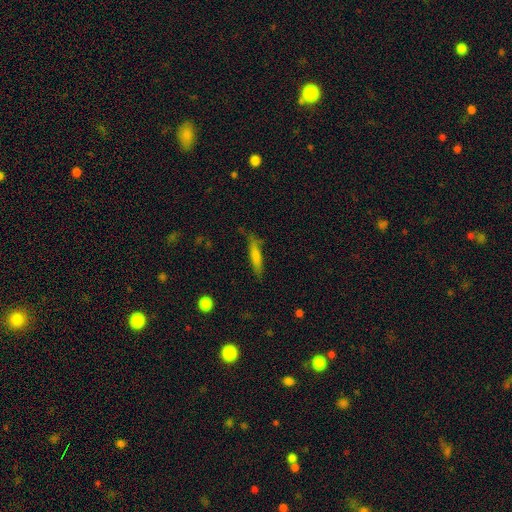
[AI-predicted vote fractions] Overall: smooth (71%). How rounded: cigar-shaped (85%). Merging: none (73%).